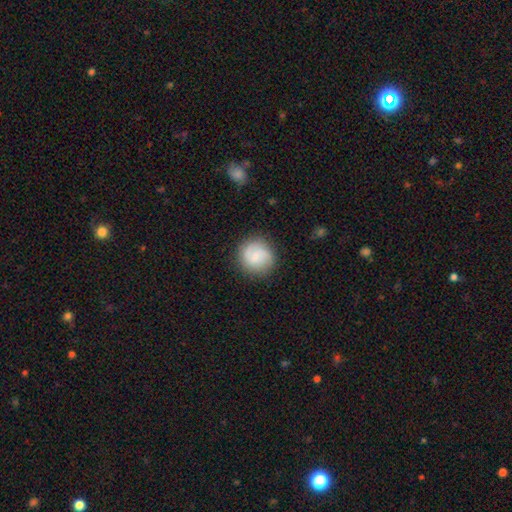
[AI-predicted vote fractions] Smooth or featured? smooth (57%)
How rounded? round (93%)
Merging? none (85%)